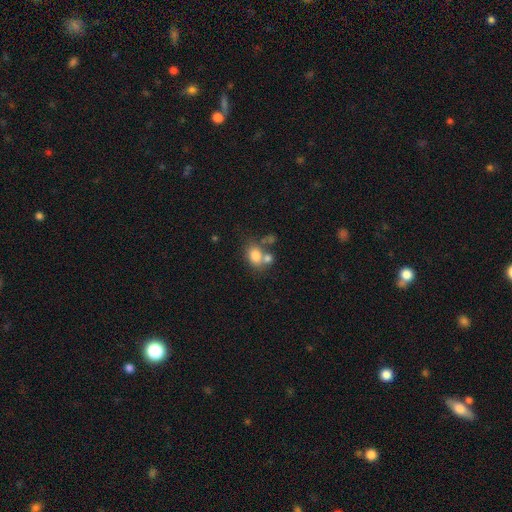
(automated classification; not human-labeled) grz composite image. It shows a smooth galaxy with no disk features (77%) that is in between round and cigar-shaped (59%). Merging: none (42%).